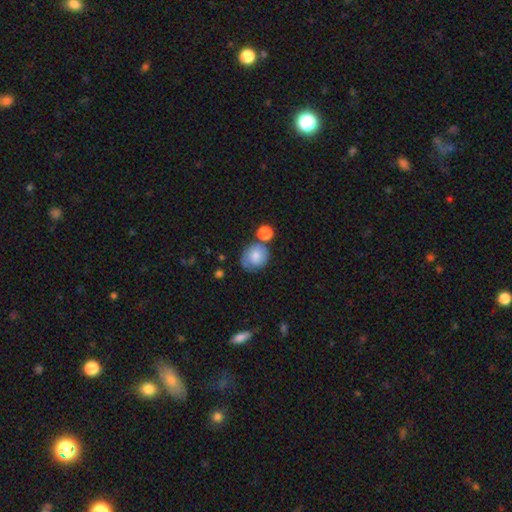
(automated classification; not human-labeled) Overall: smooth (72%). How rounded: round (72%). Merging: none (53%; minor disturbance 24%).